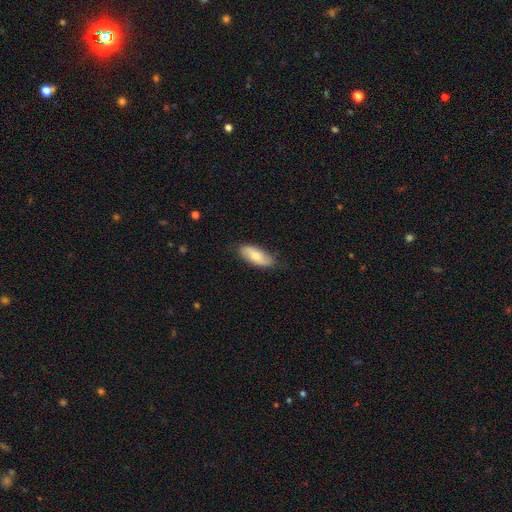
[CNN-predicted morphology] Q: Smooth or featured?
A: smooth (70%); runner-up: featured or disk (25%)
Q: How rounded?
A: in between (80%); runner-up: cigar-shaped (18%)
Q: Merging?
A: none (78%); runner-up: minor disturbance (18%)